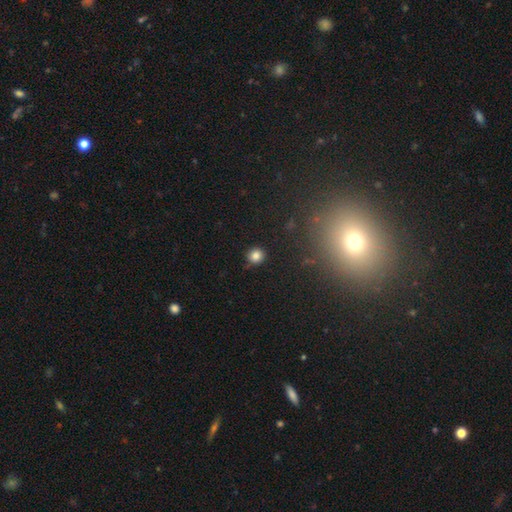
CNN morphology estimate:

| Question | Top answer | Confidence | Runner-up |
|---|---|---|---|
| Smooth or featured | smooth | 83% | star or artifact (12%) |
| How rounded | round | 92% | in between (7%) |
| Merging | none | 88% | minor disturbance (8%) |